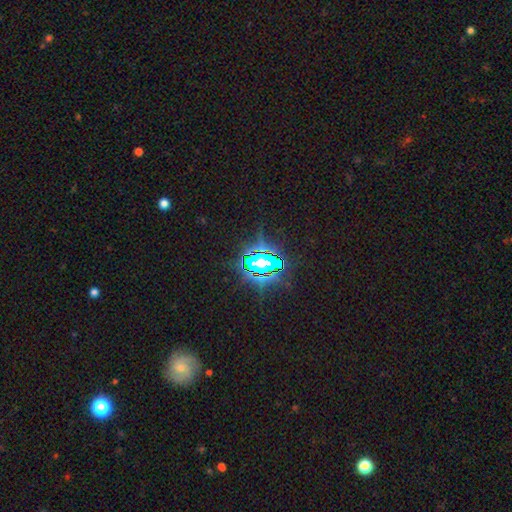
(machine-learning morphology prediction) Smooth or featured? star or artifact (81%)